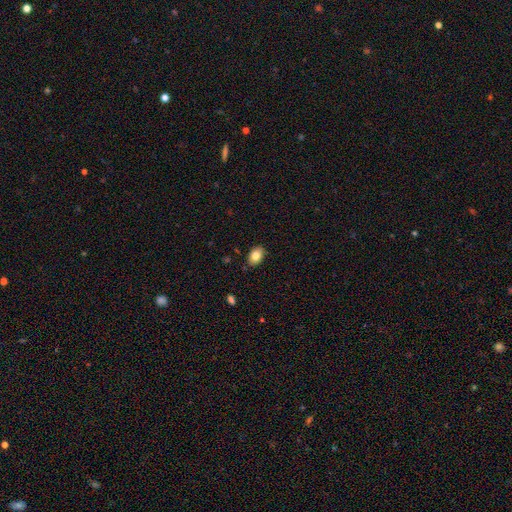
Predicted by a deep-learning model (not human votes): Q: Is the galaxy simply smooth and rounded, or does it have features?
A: smooth — 82%.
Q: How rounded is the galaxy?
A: in between — 84%.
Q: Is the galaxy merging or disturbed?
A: none — 84%.